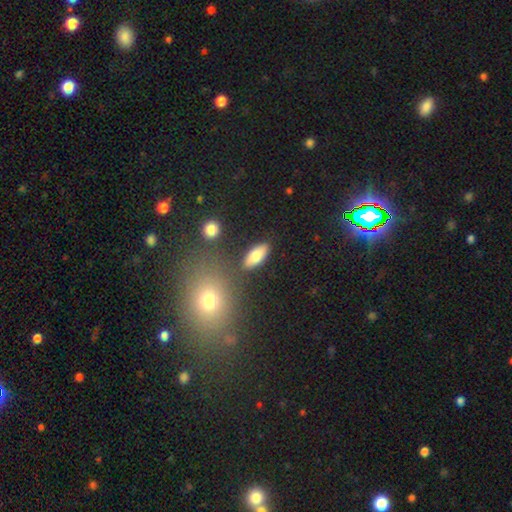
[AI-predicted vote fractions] The model was most divided on "smooth or featured": smooth: 79%, featured or disk: 14%, star or artifact: 7%. More confident: how rounded — in between (86%); merging — none (84%).